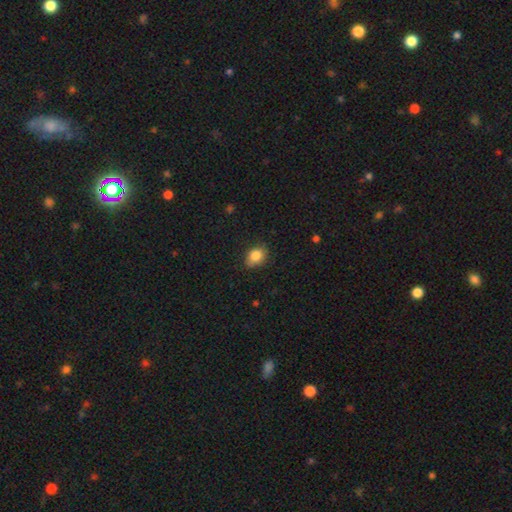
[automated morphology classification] The model was most divided on "how rounded": in between: 66%, round: 33%, cigar-shaped: 1%. More confident: smooth or featured — smooth (84%); merging — none (78%).